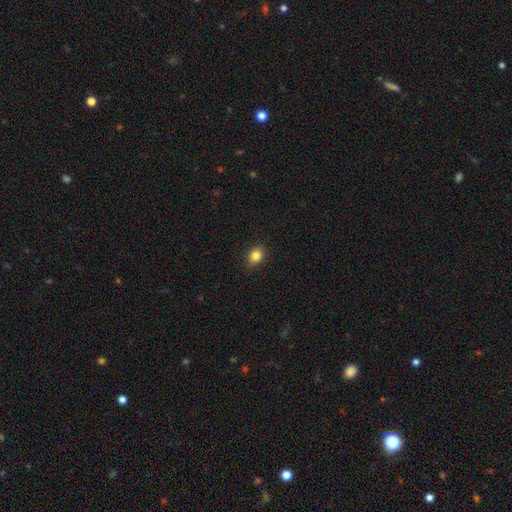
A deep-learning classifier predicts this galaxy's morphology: The model was most divided on "how rounded" (2-way tie): round: 49%, in between: 49%, cigar-shaped: 1%. More confident: merging — none (85%); smooth or featured — smooth (84%).